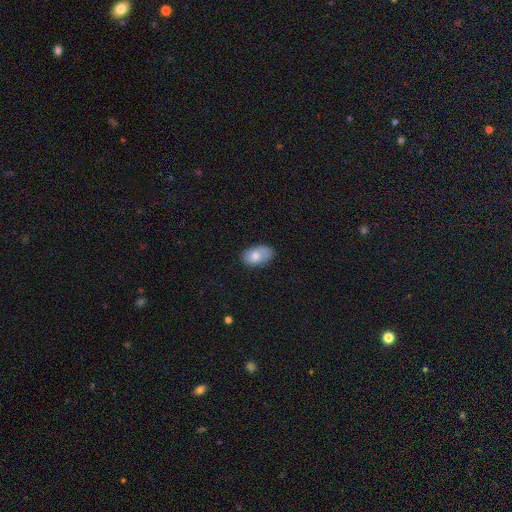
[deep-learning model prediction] Smooth or featured: smooth — 74% (featured or disk — 19%)
How rounded: in between — 91% (round — 7%)
Merging: none — 69% (minor disturbance — 23%)